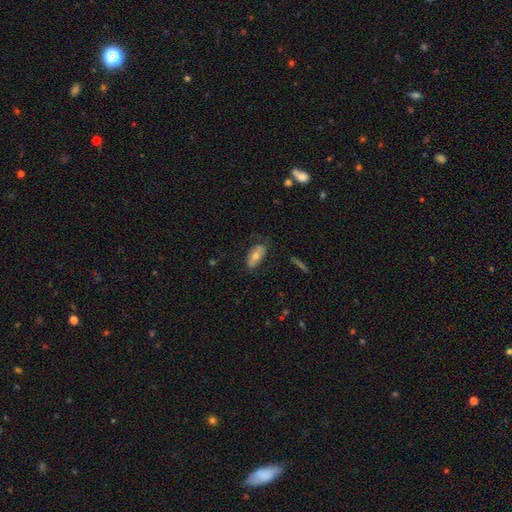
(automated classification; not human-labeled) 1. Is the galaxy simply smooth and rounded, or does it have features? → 60% smooth, 33% featured or disk, 7% star or artifact.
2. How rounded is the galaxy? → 89% in between, 7% cigar-shaped, 4% round.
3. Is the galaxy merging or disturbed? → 63% none, 26% minor disturbance, 9% major disturbance, 2% merger.